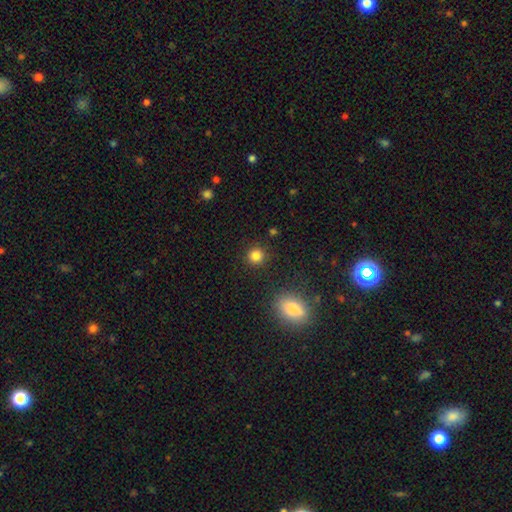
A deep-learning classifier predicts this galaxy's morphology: A smooth galaxy with no disk features (84%) that is round (92%). Merging: none (89%).